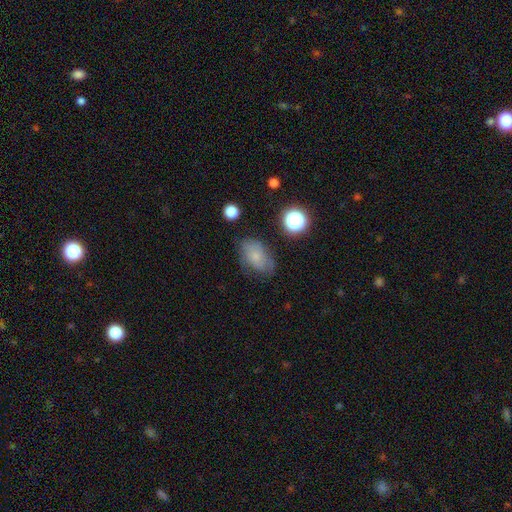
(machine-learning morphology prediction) Overall: smooth (68%). How rounded: in between (86%). Merging: none (65%).